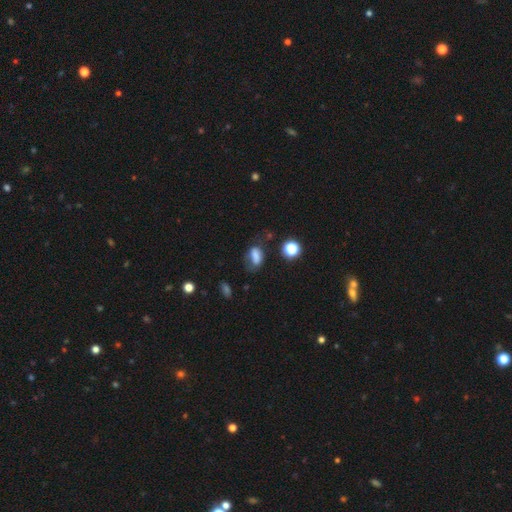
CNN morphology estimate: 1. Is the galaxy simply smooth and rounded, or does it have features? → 71% smooth, 15% star or artifact, 14% featured or disk.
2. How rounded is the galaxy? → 81% in between, 14% round, 5% cigar-shaped.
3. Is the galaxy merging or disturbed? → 48% none, 28% minor disturbance, 18% major disturbance, 5% merger.